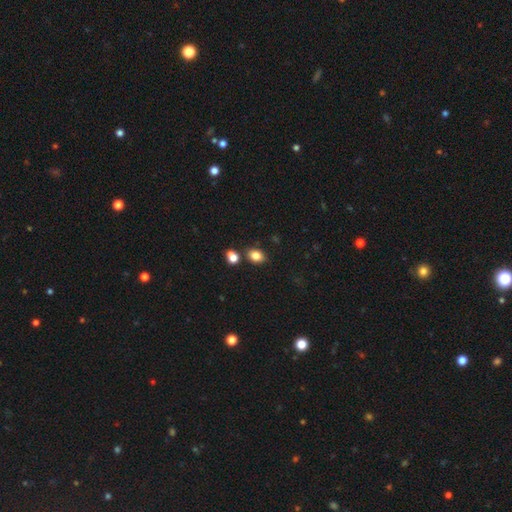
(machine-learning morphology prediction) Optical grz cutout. It shows a smooth galaxy with no disk features (82%) that is in between round and cigar-shaped (64%). Merging: none (75%).